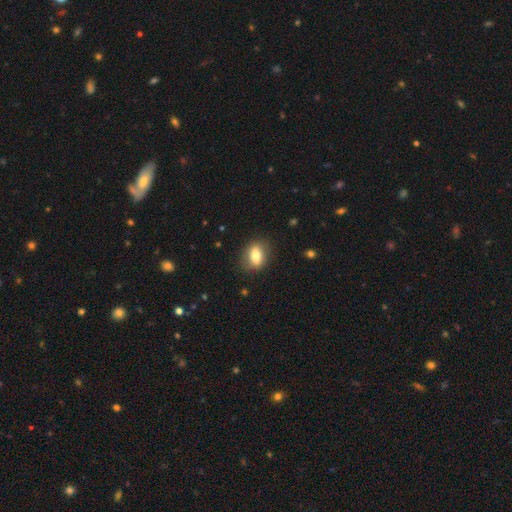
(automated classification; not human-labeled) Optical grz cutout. It shows a smooth galaxy with no disk features (72%) that is in between round and cigar-shaped (72%). Merging: none (83%).